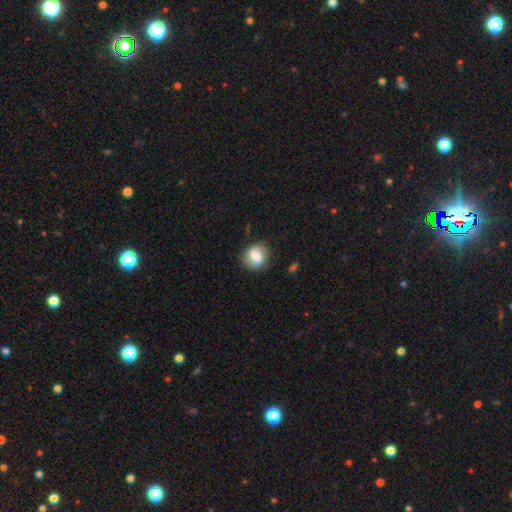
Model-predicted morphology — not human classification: Overall: smooth (71%). How rounded: round (62%; in between 36%). Merging: none (77%).